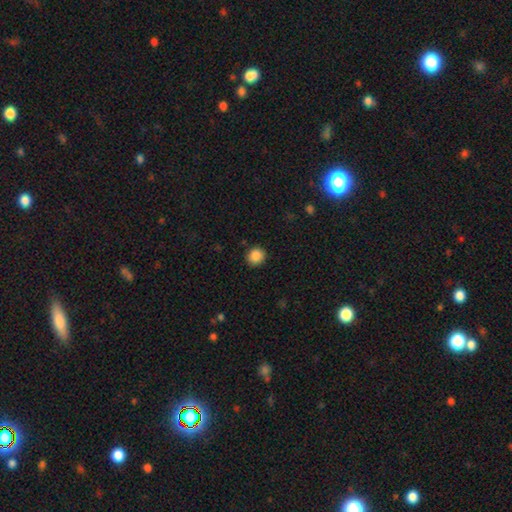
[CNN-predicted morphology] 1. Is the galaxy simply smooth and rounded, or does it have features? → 87% smooth, 9% star or artifact, 3% featured or disk.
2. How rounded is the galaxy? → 85% round, 14% in between, 1% cigar-shaped.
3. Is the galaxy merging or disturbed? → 90% none, 7% minor disturbance, 2% major disturbance, 1% merger.